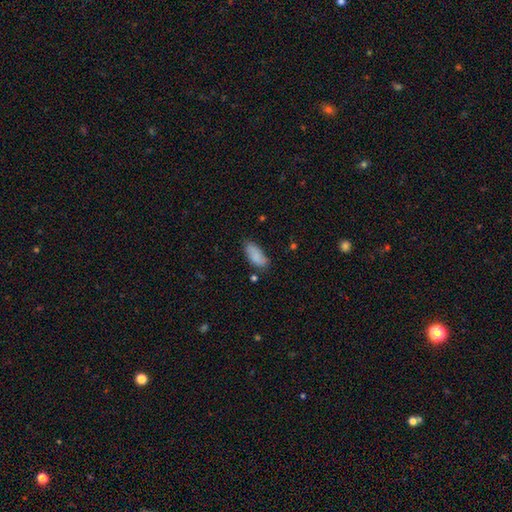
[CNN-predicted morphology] This is clearly a smooth galaxy (83%). How rounded: clearly in between (88%). Merging: likely none (68%).